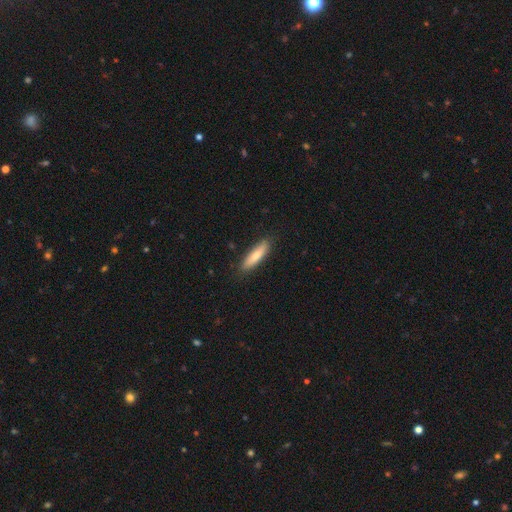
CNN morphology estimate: Smooth or featured?
  - smooth: 76% *
  - featured or disk: 18%
  - star or artifact: 6%
How rounded?
  - cigar-shaped: 70% *
  - in between: 28%
  - round: 2%
Merging?
  - none: 86% *
  - minor disturbance: 11%
  - major disturbance: 2%
  - merger: 1%